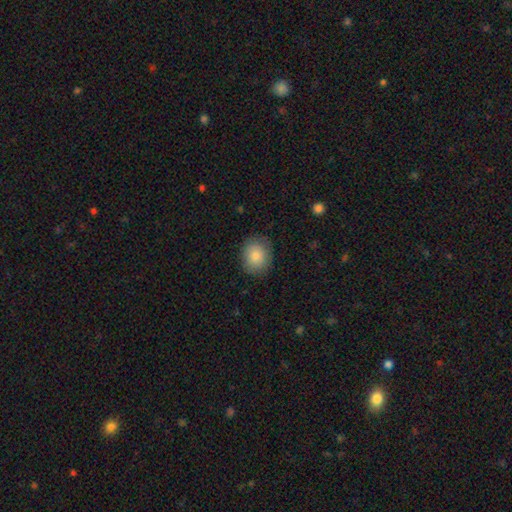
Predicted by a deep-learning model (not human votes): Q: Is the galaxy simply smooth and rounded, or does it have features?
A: smooth — 86%.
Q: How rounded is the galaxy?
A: round — 66%.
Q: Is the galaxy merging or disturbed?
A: none — 85%.